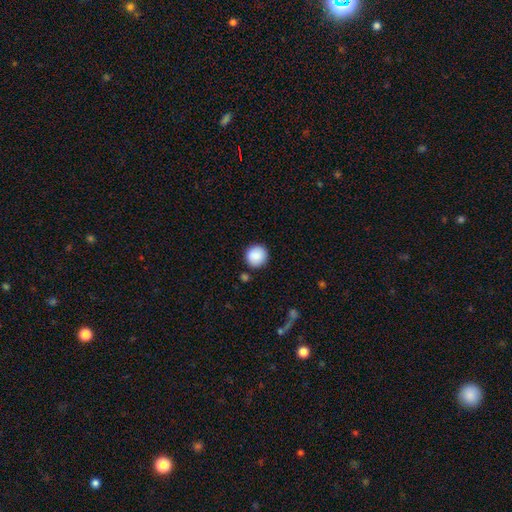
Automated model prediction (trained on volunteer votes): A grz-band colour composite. It shows a smooth galaxy with no disk features (88%) that is round (95%). Merging: none (88%).